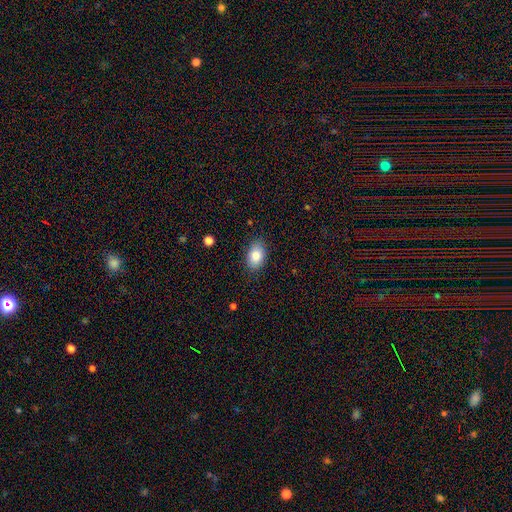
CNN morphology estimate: This appears to be a smooth galaxy with no disk features (84%) that is in between round and cigar-shaped (85%). Merging: none (85%).